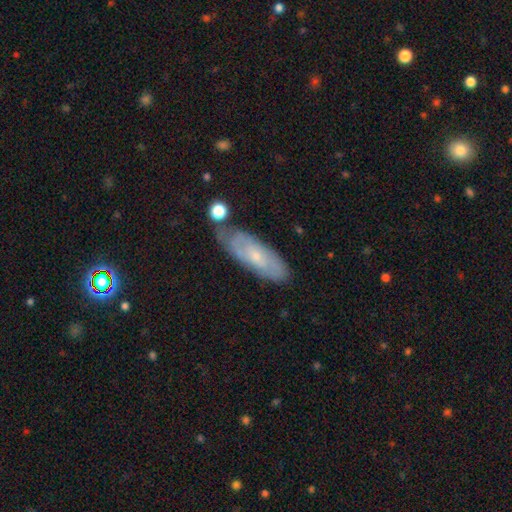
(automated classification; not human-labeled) Smooth or featured? featured or disk (53%)
Edge-on disk? no (81%)
Merging? none (67%)